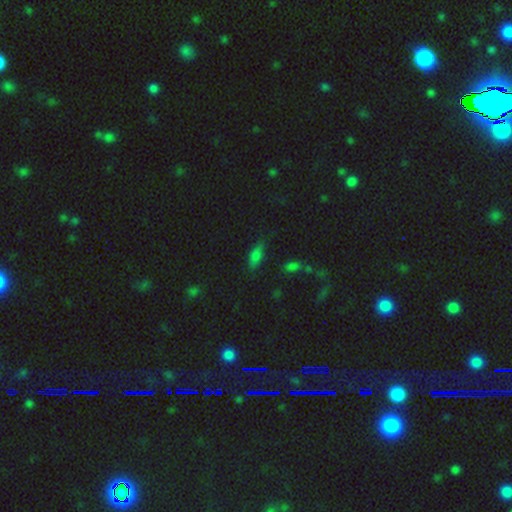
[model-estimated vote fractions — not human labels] Smooth or featured? smooth (69%)
How rounded? in between (77%)
Merging? none (72%)